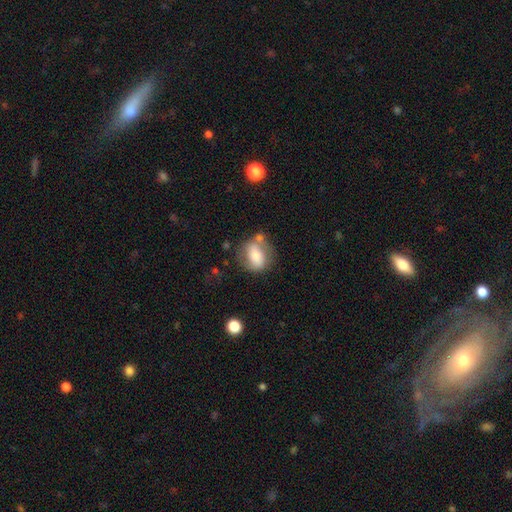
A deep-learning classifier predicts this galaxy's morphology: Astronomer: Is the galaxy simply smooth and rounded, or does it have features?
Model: smooth — 65%.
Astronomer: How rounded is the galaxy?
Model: in between — 60% (runner-up: round, 37%).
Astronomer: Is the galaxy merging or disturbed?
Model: none — 55%.